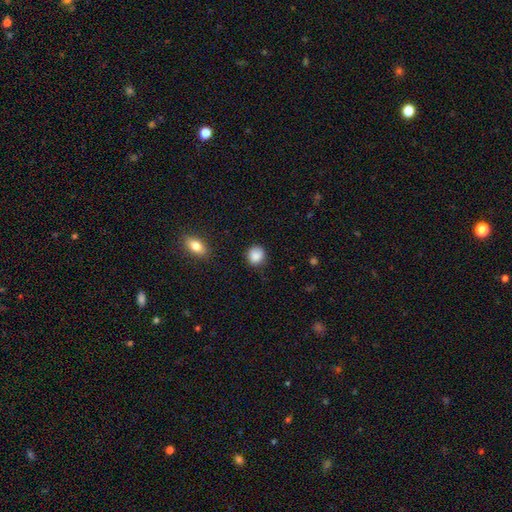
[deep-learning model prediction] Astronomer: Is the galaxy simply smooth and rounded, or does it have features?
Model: smooth — 88%.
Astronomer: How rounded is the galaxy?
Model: round — 82%.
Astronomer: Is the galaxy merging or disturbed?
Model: none — 81%.